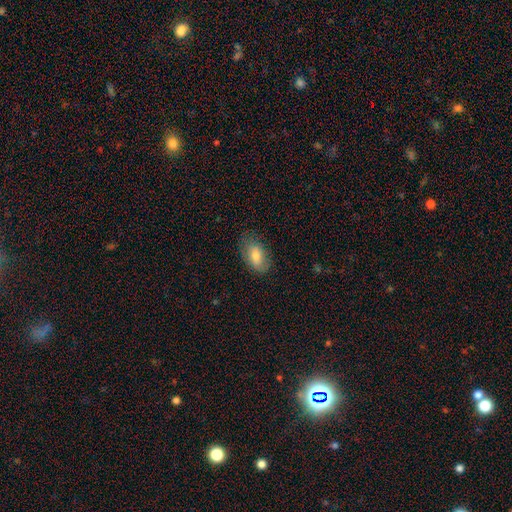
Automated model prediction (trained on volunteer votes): Smooth or featured? Predicted: smooth (p=0.73). How rounded? Predicted: in between (p=0.92). Merging? Predicted: none (p=0.72).